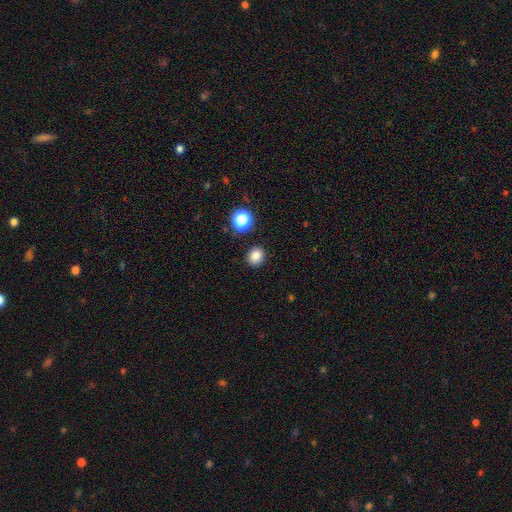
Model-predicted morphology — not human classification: smooth 83%, star or artifact 13%, featured or disk 5%. Down the decision tree: how rounded — round (82%); merging — none (90%).